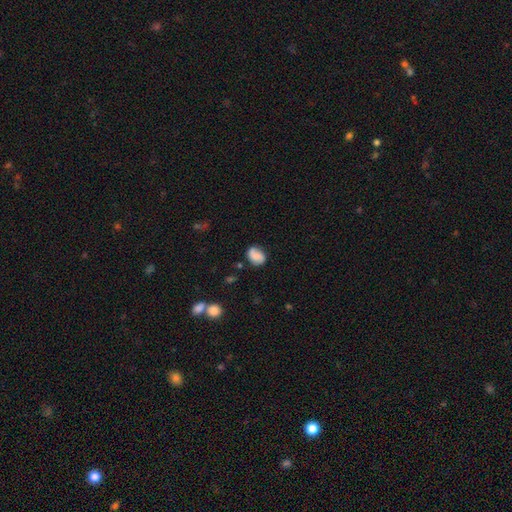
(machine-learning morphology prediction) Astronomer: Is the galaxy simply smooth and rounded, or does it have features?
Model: smooth — 61%.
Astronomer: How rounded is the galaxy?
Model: in between — 64%.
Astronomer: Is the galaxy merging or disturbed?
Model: none — 67%.